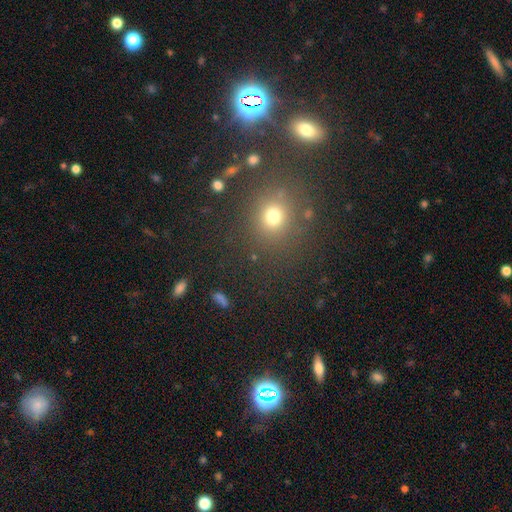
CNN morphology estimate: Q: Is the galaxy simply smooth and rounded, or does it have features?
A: smooth — 51%.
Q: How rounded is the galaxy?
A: round — 88%.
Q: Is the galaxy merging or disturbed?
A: none — 85%.